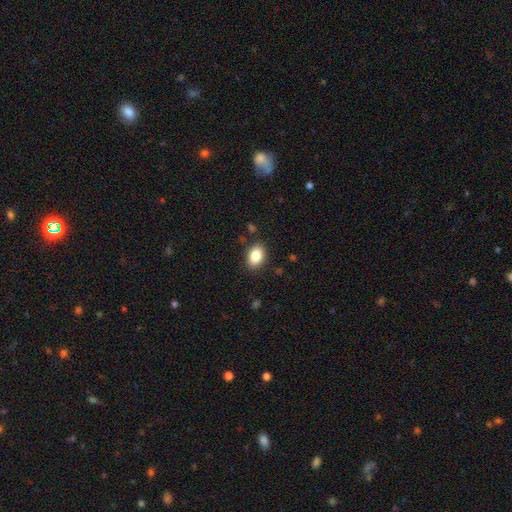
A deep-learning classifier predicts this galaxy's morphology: A smooth galaxy with no disk features (85%) that is in between round and cigar-shaped (83%). Merging: none (86%).